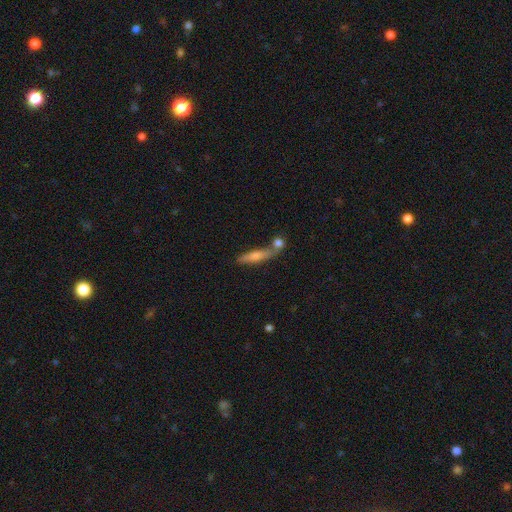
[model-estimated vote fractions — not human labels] Q: Smooth or featured?
A: featured or disk (46%); runner-up: smooth (43%)
Q: Merging?
A: none (55%); runner-up: merger (26%)